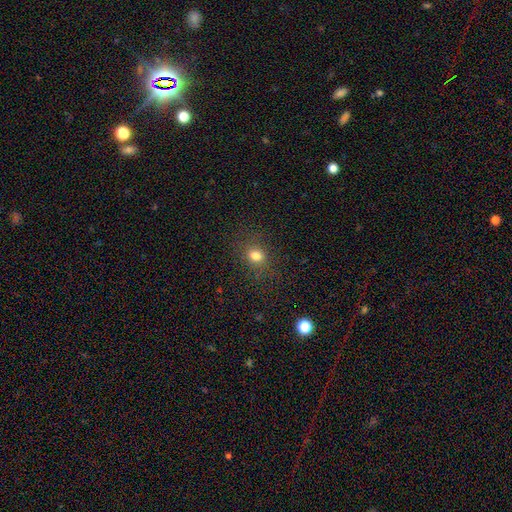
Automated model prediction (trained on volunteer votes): Smooth or featured: smooth — 78% (star or artifact — 16%)
How rounded: round — 64% (in between — 34%)
Merging: none — 84% (minor disturbance — 11%)